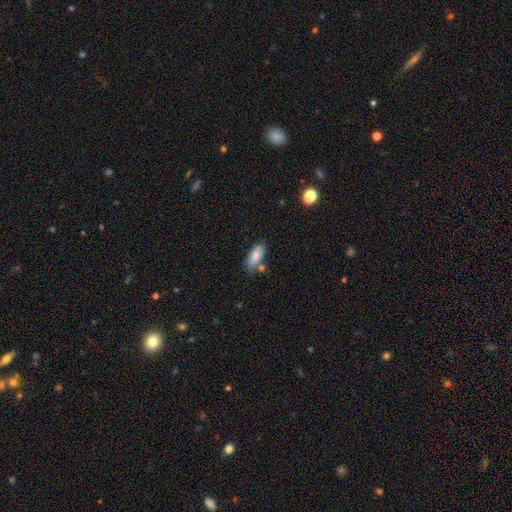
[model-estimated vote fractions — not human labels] Smooth or featured?
  - smooth: 84% *
  - featured or disk: 10%
  - star or artifact: 7%
How rounded?
  - in between: 84% *
  - cigar-shaped: 14%
  - round: 2%
Merging?
  - none: 63% *
  - minor disturbance: 19%
  - merger: 14%
  - major disturbance: 4%